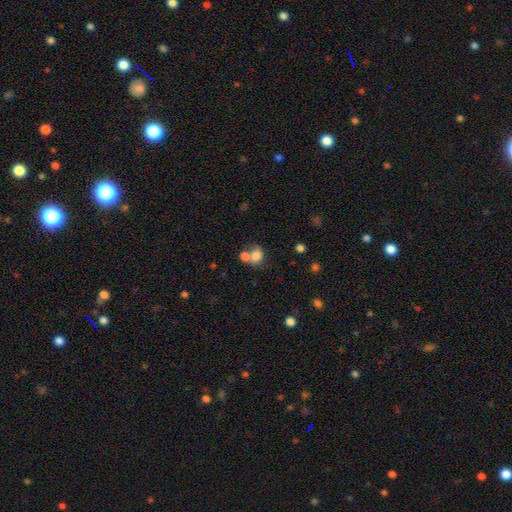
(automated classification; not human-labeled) Smooth or featured? Predicted: smooth (p=0.78). How rounded? Predicted: round (p=0.53). Merging? Predicted: merger (p=0.44).